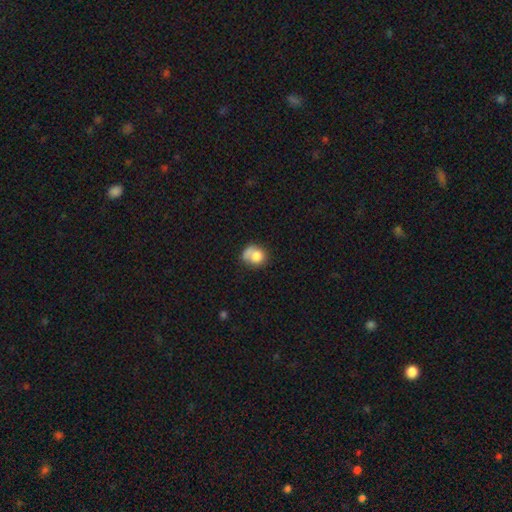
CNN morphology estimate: smooth-or-featured: smooth: 75% | featured or disk: 16% | star or artifact: 9%
  how-rounded: round: 69% | in between: 30% | cigar-shaped: 1%
  merging: none: 43% | minor disturbance: 23% | merger: 18% | major disturbance: 16%